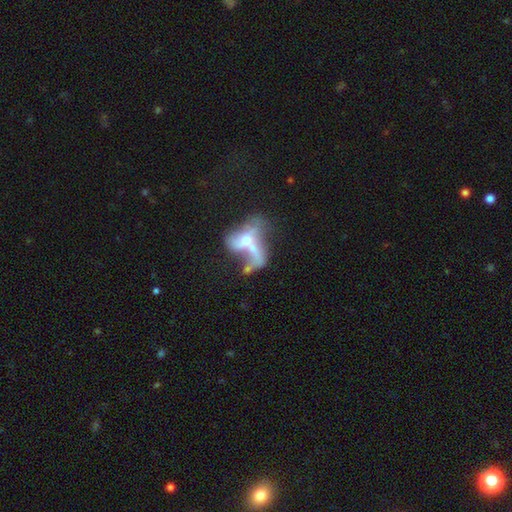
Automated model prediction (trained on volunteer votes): Smooth or featured? Predicted: featured or disk (p=0.56). Edge-on disk? Predicted: no (p=0.92). Bar? Predicted: no (p=0.76). Spiral arms? Predicted: no (p=0.75). Bulge size? Predicted: moderate (p=0.52). Merging? Predicted: merger (p=0.53).